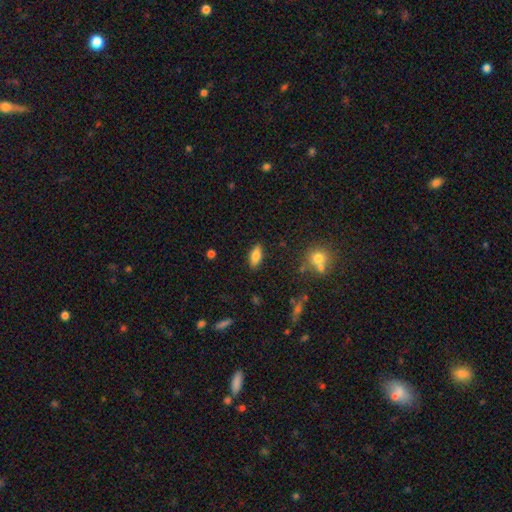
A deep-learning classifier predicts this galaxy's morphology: Smooth or featured? smooth (77%)
How rounded? in between (82%)
Merging? none (87%)